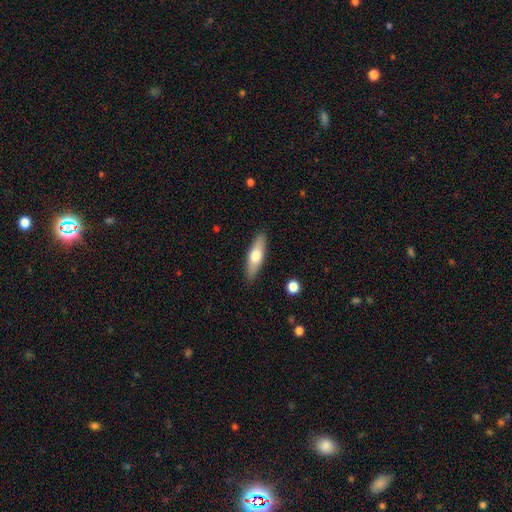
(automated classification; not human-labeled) Smooth or featured? smooth (60%)
How rounded? cigar-shaped (56%)
Merging? none (88%)